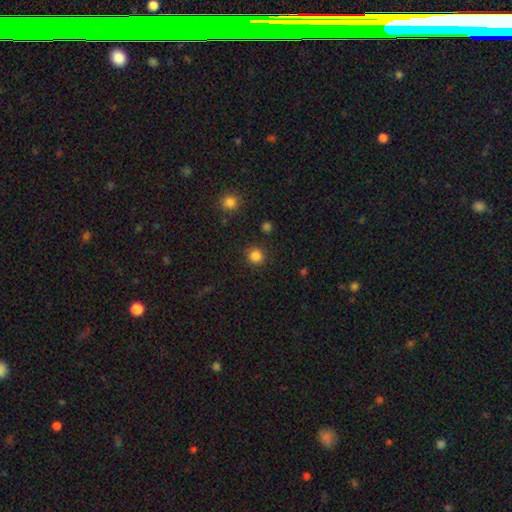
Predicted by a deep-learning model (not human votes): Smooth or featured? smooth (84%)
How rounded? round (92%)
Merging? none (88%)